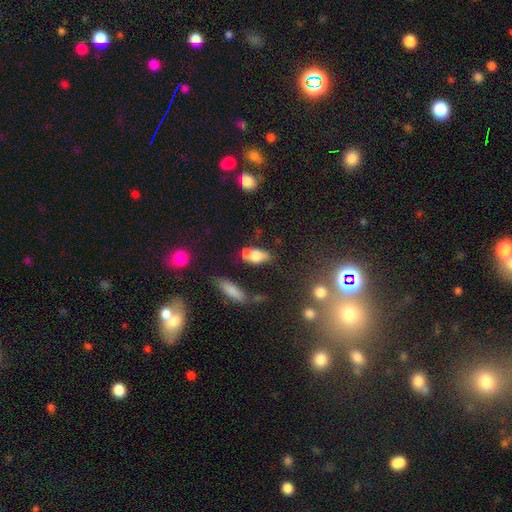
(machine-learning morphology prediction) This is likely a smooth galaxy (67%). How rounded: likely in between (79%). Merging: possibly none (55%).